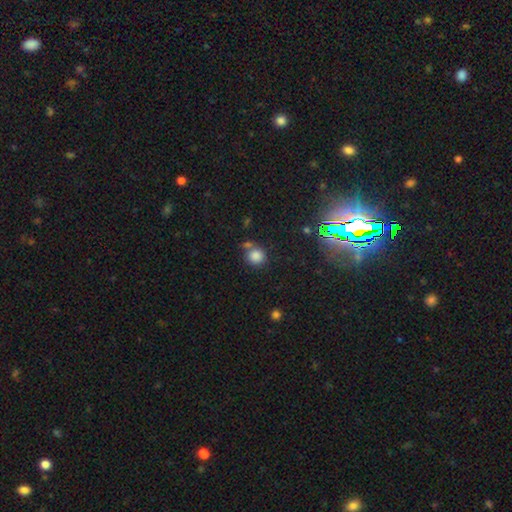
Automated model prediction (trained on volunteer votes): Smooth or featured? Predicted: smooth (p=0.82). How rounded? Predicted: round (p=0.90). Merging? Predicted: none (p=0.64).